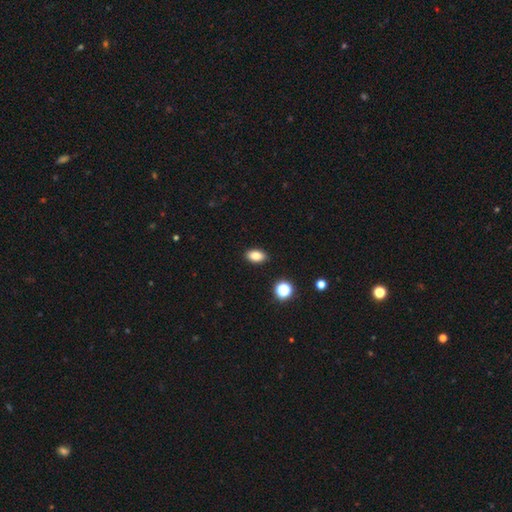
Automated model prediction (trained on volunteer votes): Smooth or featured? Predicted: smooth (p=0.84). How rounded? Predicted: in between (p=0.89). Merging? Predicted: none (p=0.90).